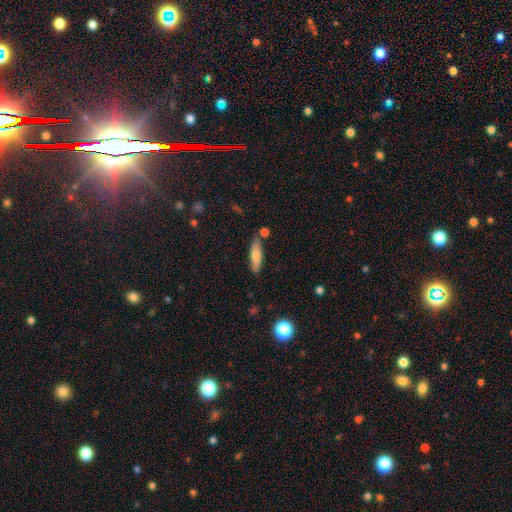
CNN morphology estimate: A smooth galaxy with no disk features (74%) that is cigar-shaped (58%).

Vote fractions:
- Smooth or featured? smooth: 74% / featured or disk: 19% / star or artifact: 7%
- How rounded? cigar-shaped: 58% / in between: 40% / round: 2%
- Merging? none: 77% / minor disturbance: 14% / merger: 7% / major disturbance: 3%